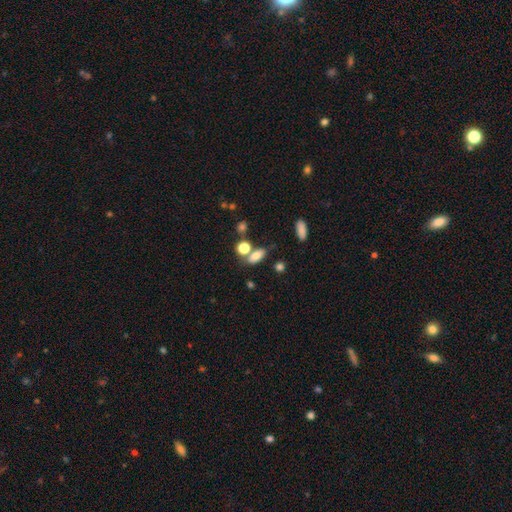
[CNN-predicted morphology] Overall: smooth (75%). How rounded: in between (73%). Merging: none (59%; merger 22%).